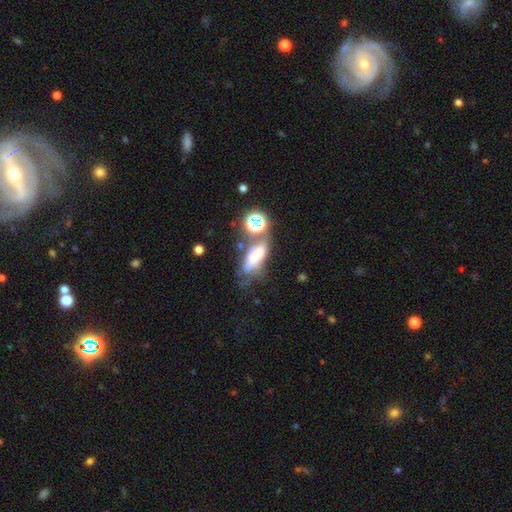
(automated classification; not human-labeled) Morphology: type=smooth (43%); merging=merger (33%).